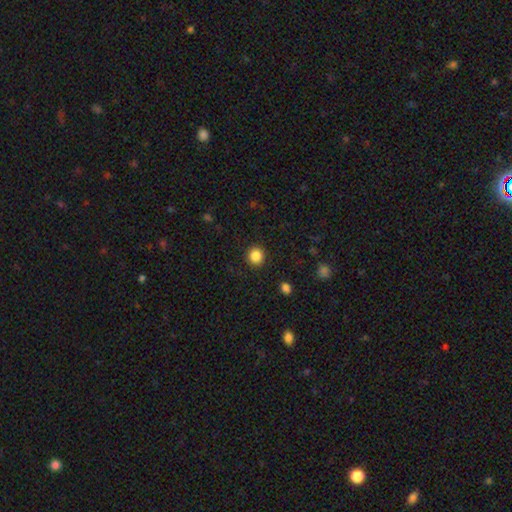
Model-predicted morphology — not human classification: Smooth or featured? smooth (86%)
How rounded? round (92%)
Merging? none (91%)